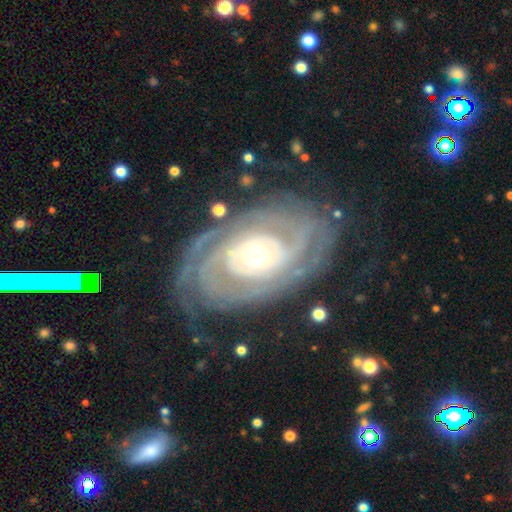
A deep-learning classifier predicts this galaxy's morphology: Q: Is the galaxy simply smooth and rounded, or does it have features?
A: featured or disk — 87%.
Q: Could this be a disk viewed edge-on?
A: no — 95%.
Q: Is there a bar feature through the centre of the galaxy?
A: no — 75%.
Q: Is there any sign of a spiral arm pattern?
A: yes — 85%.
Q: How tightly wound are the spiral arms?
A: tight — 73%.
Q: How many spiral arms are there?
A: can't tell — 33%.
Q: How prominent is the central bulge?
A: moderate — 67%.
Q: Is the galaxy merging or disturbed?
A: none — 75%.